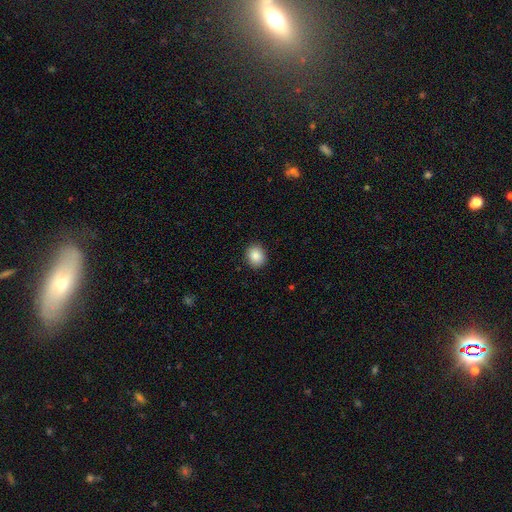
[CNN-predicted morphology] type=smooth (87%); roundness=round (68%); merging=none (91%).